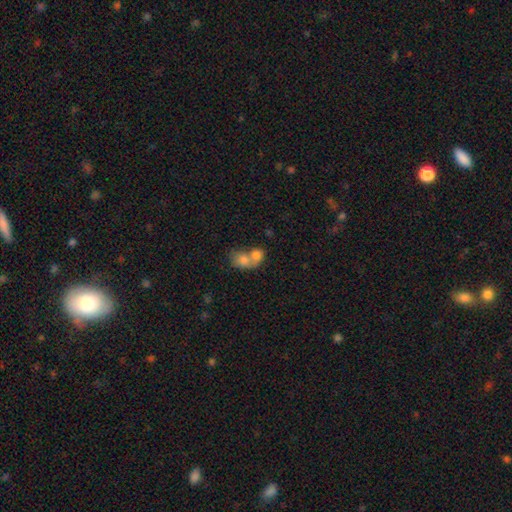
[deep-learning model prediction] Smooth or featured: smooth — 76% (featured or disk — 15%)
How rounded: in between — 52% (round — 47%)
Merging: merger — 76% (none — 16%)